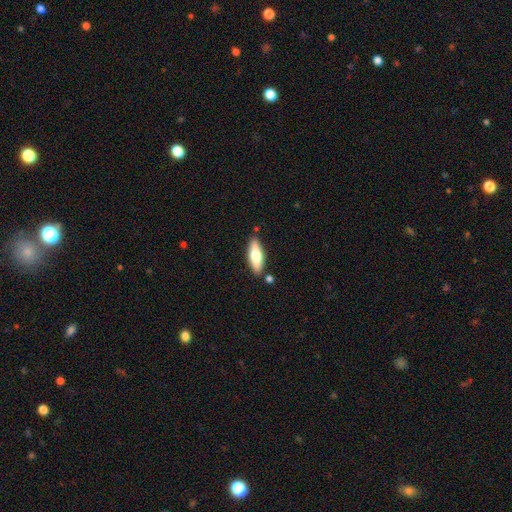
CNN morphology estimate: type=smooth (61%); roundness=cigar-shaped (49%, tied with in between); merging=none (83%).